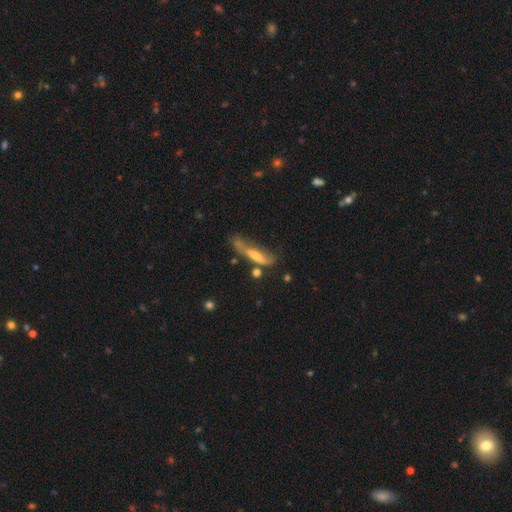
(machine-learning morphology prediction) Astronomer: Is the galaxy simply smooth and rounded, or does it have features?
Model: smooth — 47% (runner-up: featured or disk, 43%).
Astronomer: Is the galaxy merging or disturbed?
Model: none — 34% (runner-up: minor disturbance, 26%).